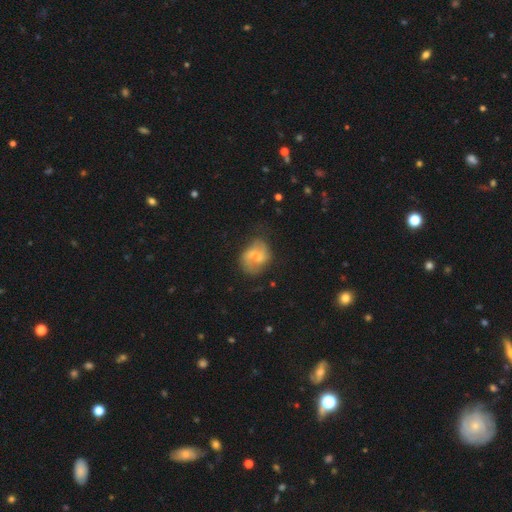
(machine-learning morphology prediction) type=smooth (47%); merging=none (40%).